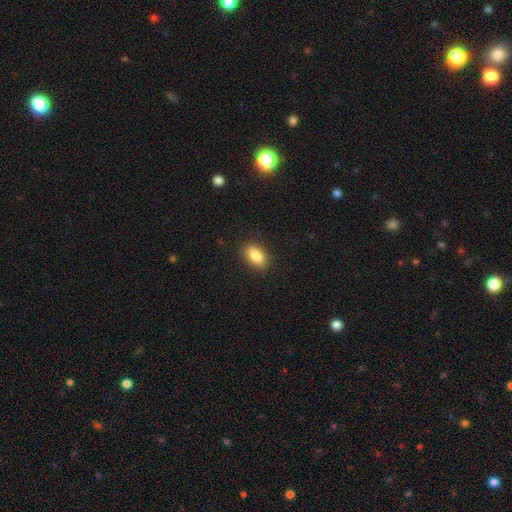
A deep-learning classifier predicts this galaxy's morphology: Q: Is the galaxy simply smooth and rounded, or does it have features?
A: smooth — 86%.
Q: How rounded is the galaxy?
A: in between — 87%.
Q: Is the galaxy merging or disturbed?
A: none — 89%.